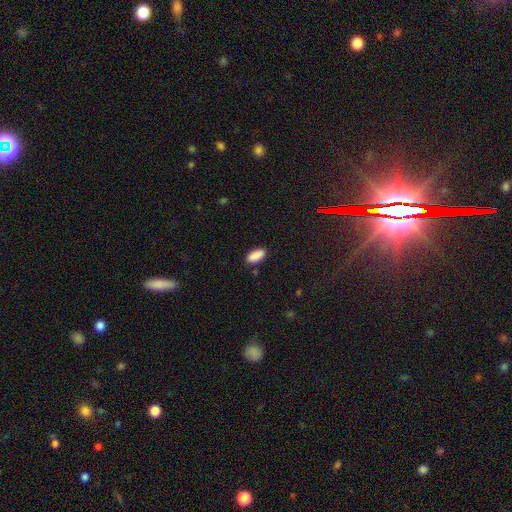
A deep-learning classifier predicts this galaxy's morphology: Smooth or featured: smooth — 89% (star or artifact — 7%)
How rounded: in between — 89% (cigar-shaped — 9%)
Merging: none — 85% (minor disturbance — 10%)